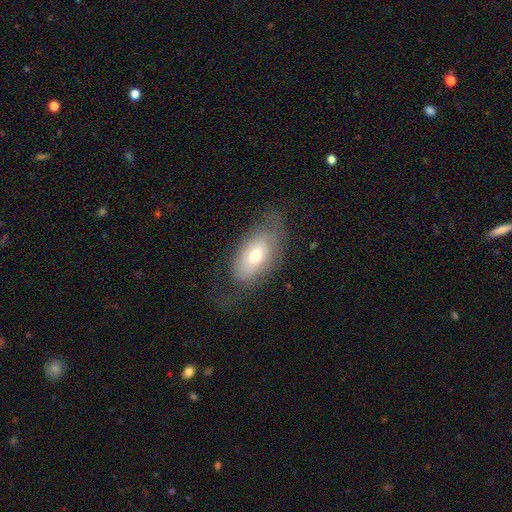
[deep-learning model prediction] This appears to be a smooth galaxy with no disk features (55%) that is in between round and cigar-shaped (91%). Merging: none (55%).